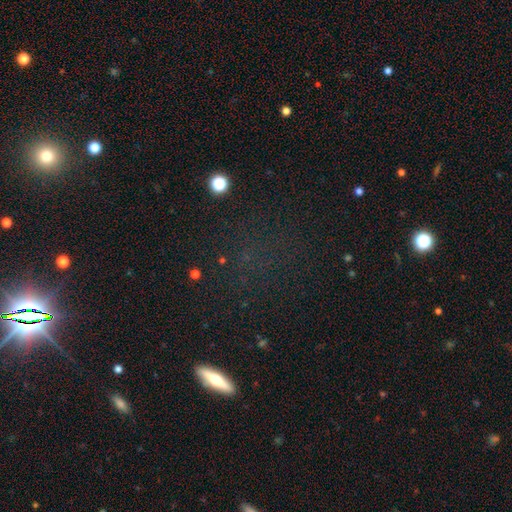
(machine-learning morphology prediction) type=star or artifact (55%).